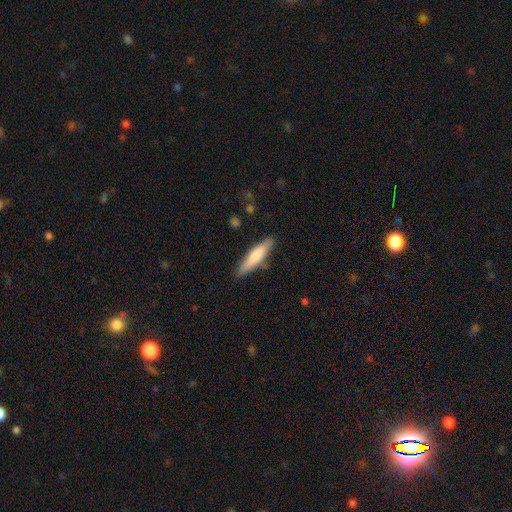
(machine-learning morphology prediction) Smooth or featured? Predicted: smooth (p=0.74). How rounded? Predicted: cigar-shaped (p=0.81). Merging? Predicted: none (p=0.83).